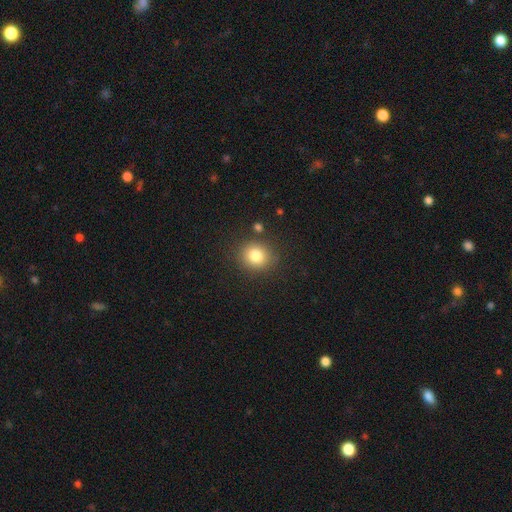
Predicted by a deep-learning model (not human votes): Smooth or featured? smooth (81%)
How rounded? round (79%)
Merging? none (84%)